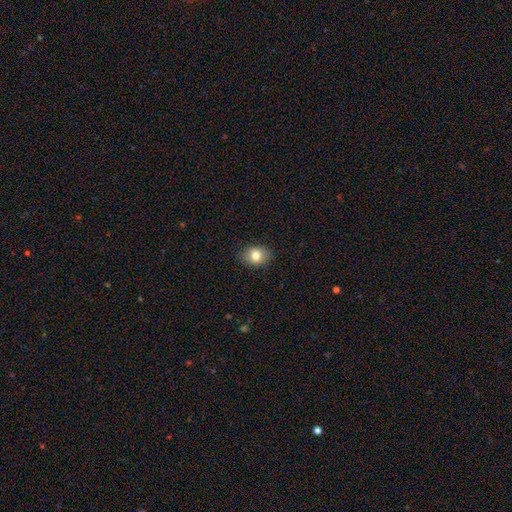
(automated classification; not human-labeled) Q: Smooth or featured?
A: smooth (80%); runner-up: featured or disk (10%)
Q: How rounded?
A: in between (64%); runner-up: round (35%)
Q: Merging?
A: none (87%); runner-up: minor disturbance (10%)